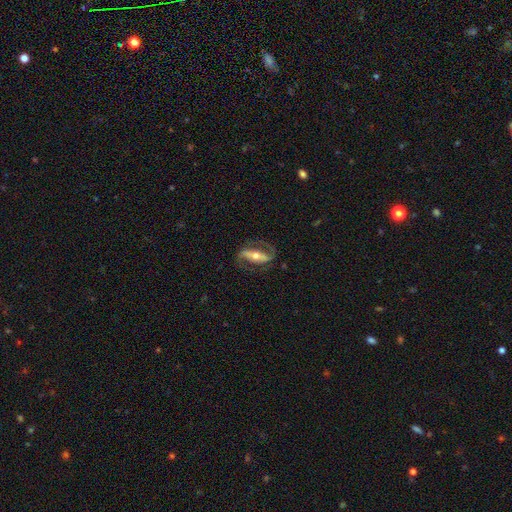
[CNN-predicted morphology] smooth-or-featured: featured or disk: 84% | smooth: 11% | star or artifact: 5%
  disk-edge-on: no: 88% | yes: 12%
    bar: strong: 65% | weak: 19% | no: 16%
    has-spiral-arms: yes: 91% | no: 9%
      spiral-winding: medium: 48% | loose: 32% | tight: 20%
      spiral-arm-count: 2: 89% | 1: 4% | can't tell: 4% | 3: 1% | 4: 1% | more than 4: 1%
    bulge-size: moderate: 57% | small: 35% | large: 5% | none: 1% | dominant: 1%
  merging: none: 75% | minor disturbance: 13% | major disturbance: 10% | merger: 1%